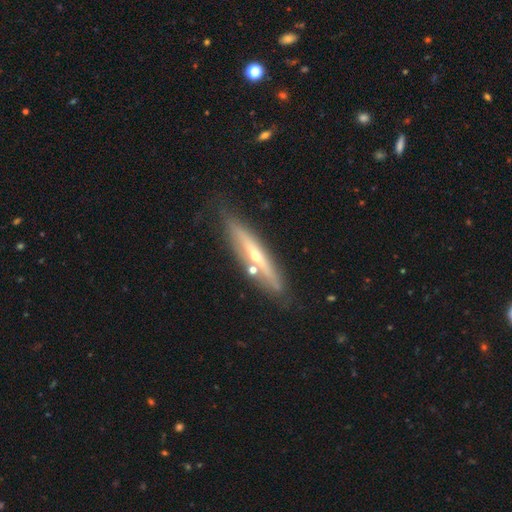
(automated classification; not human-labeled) featured or disk 72%, smooth 21%, star or artifact 7%. Down the decision tree: edge-on disk — yes (90%); edge-on bulge — rounded (83%); merging — none (78%).